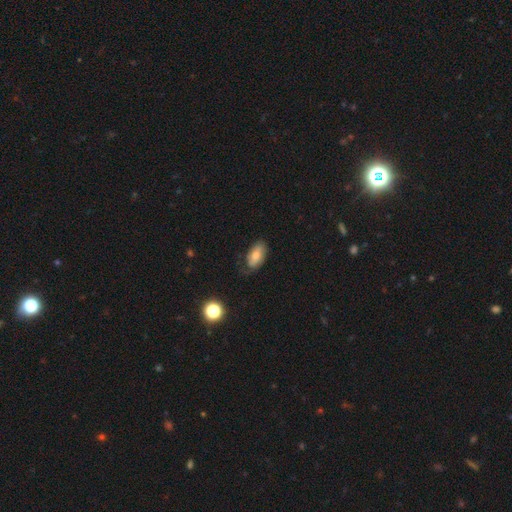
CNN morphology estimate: Smooth or featured? smooth (62%)
How rounded? in between (91%)
Merging? none (60%)